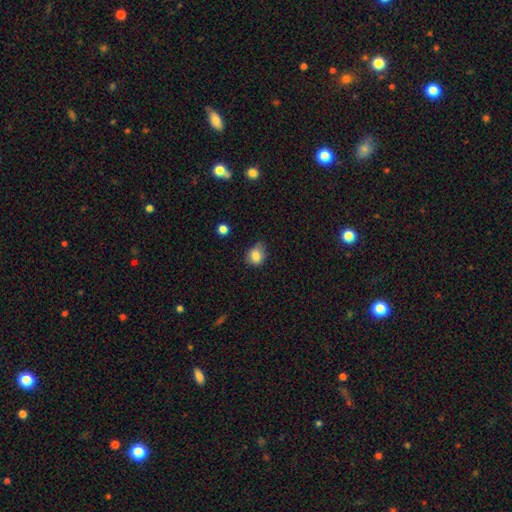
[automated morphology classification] The model was most divided on "merging": none: 55%, minor disturbance: 35%, major disturbance: 8%, merger: 2%. More confident: smooth or featured — smooth (83%); how rounded — round (60%).